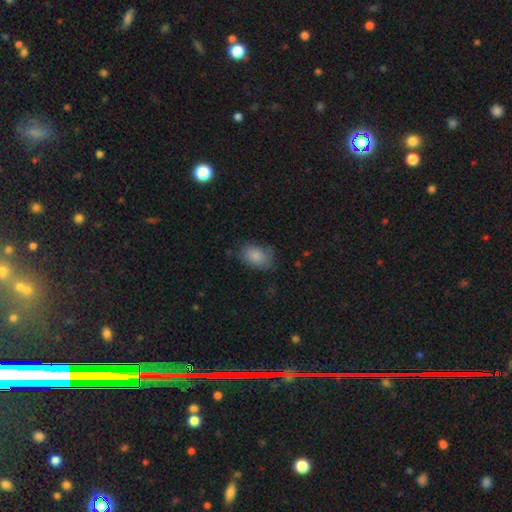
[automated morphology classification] type=smooth (85%); roundness=in between (85%); merging=none (67%).